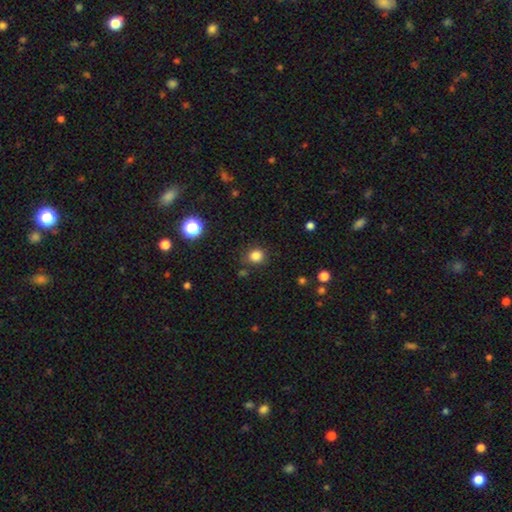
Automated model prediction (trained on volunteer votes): A smooth galaxy with no disk features (83%) that is round (85%). Merging: none (82%).